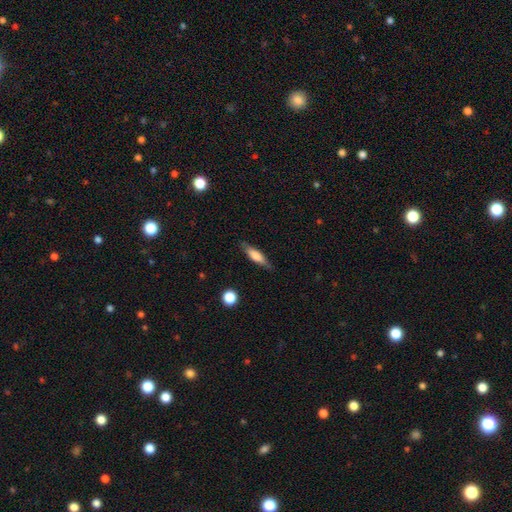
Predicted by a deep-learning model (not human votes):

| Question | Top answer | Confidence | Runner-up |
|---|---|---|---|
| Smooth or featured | smooth | 61% | featured or disk (32%) |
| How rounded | cigar-shaped | 69% | in between (28%) |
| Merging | none | 83% | minor disturbance (13%) |